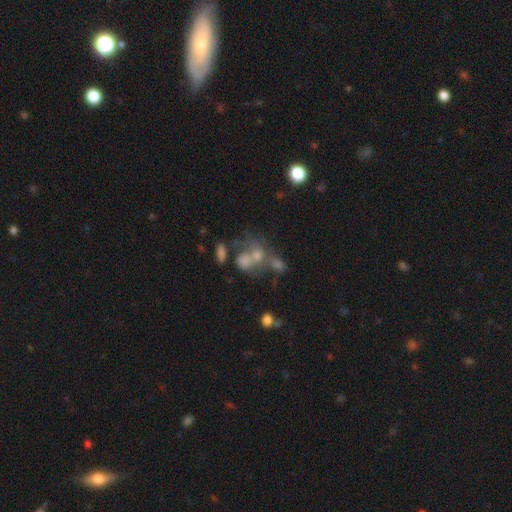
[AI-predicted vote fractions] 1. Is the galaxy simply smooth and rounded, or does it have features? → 38% smooth, 35% featured or disk, 27% star or artifact.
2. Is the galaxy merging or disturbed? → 47% merger, 25% none, 18% major disturbance, 11% minor disturbance.